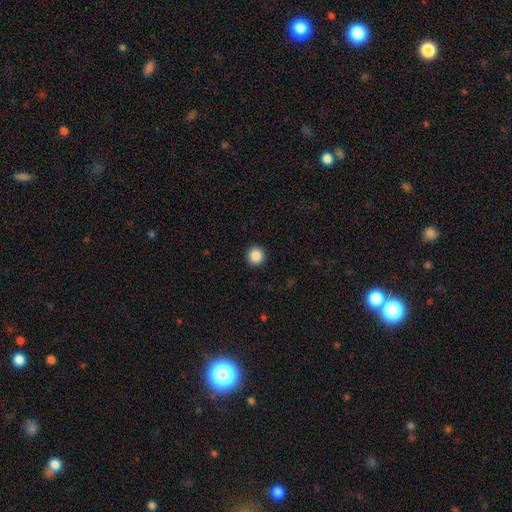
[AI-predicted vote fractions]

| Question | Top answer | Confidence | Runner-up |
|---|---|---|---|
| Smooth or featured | smooth | 88% | star or artifact (9%) |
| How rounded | round | 96% | in between (3%) |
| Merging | none | 93% | minor disturbance (4%) |